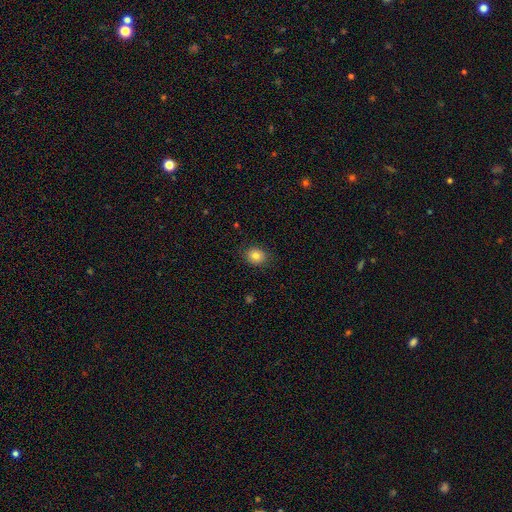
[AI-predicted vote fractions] smooth-or-featured: smooth: 82% | star or artifact: 10% | featured or disk: 8%
  how-rounded: round: 53% | in between: 46% | cigar-shaped: 1%
  merging: none: 86% | minor disturbance: 10% | major disturbance: 2% | merger: 1%